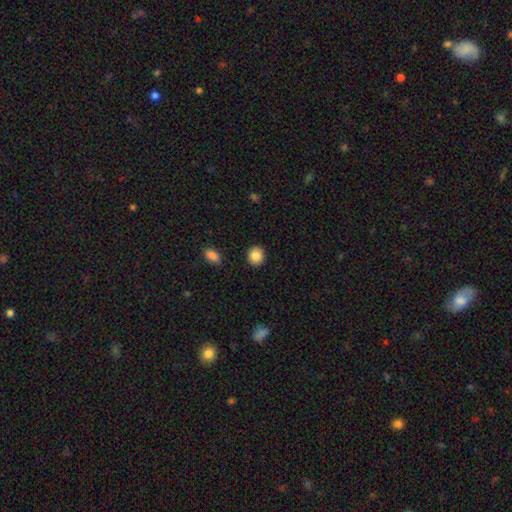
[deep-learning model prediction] A smooth galaxy with no disk features (86%) that is round (84%). Merging: none (91%).